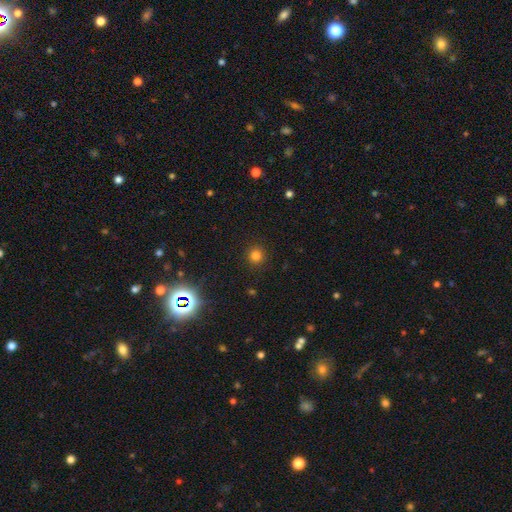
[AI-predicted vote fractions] This appears to be a smooth galaxy with no disk features (78%) that is round (94%). Merging: none (91%).